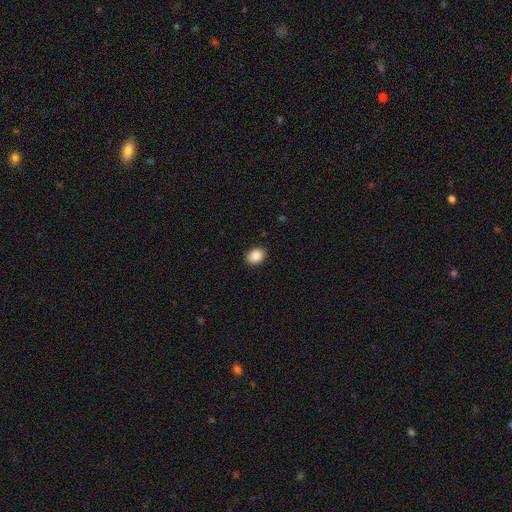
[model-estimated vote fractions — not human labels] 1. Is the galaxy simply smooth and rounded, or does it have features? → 88% smooth, 8% star or artifact, 4% featured or disk.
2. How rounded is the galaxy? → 60% in between, 39% round, 1% cigar-shaped.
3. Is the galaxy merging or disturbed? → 88% none, 9% minor disturbance, 2% major disturbance, 1% merger.